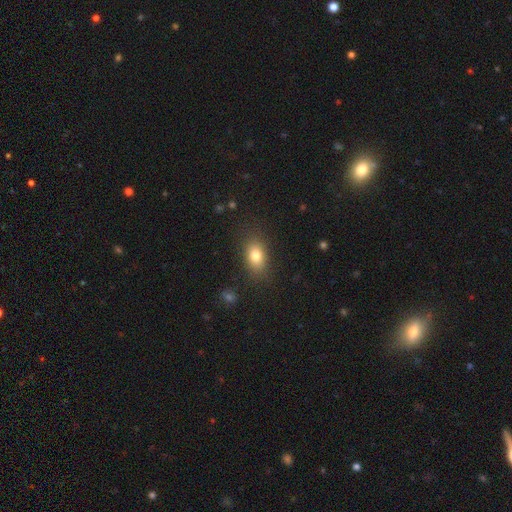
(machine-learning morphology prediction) This appears to be a smooth galaxy with no disk features (80%) that is in between round and cigar-shaped (82%). Merging: none (82%).